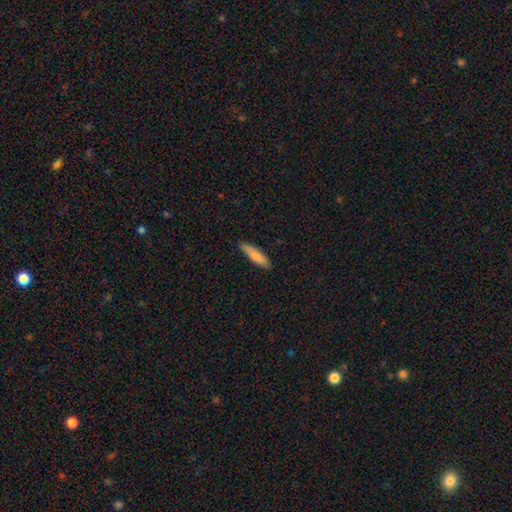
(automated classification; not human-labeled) Smooth or featured? smooth (84%)
How rounded? cigar-shaped (73%)
Merging? none (82%)